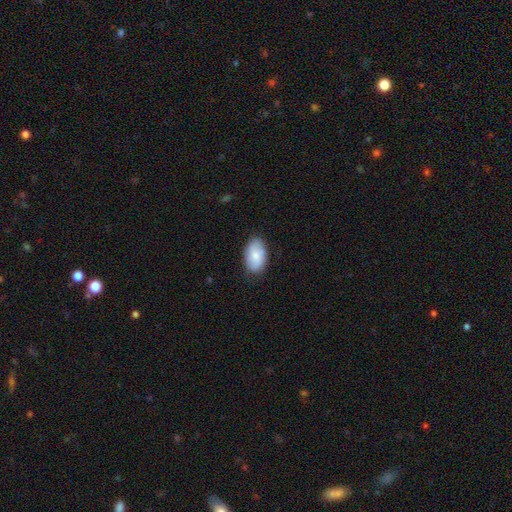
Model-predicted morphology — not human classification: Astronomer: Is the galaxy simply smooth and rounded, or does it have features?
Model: smooth — 73%.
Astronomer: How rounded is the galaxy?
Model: in between — 92%.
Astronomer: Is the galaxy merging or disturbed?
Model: none — 79%.